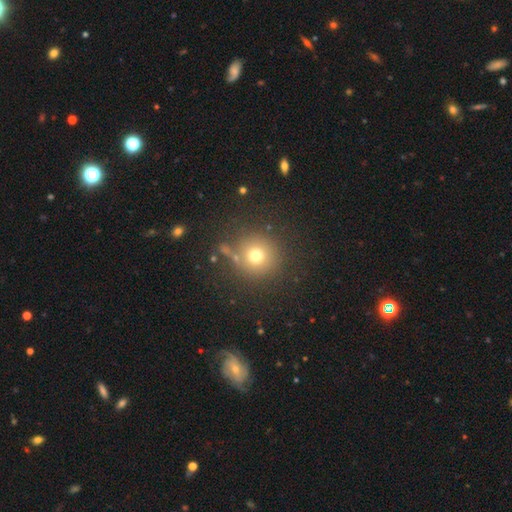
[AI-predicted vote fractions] A smooth galaxy with no disk features (72%) that is round (94%).

Vote fractions:
- Smooth or featured? smooth: 72% / star or artifact: 17% / featured or disk: 10%
- How rounded? round: 94% / in between: 5% / cigar-shaped: 1%
- Merging? none: 80% / minor disturbance: 10% / merger: 5% / major disturbance: 5%